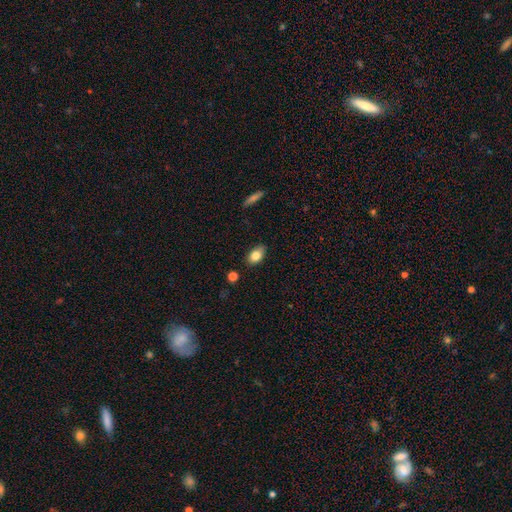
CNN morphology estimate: Overall: smooth (82%). How rounded: in between (88%). Merging: none (83%).